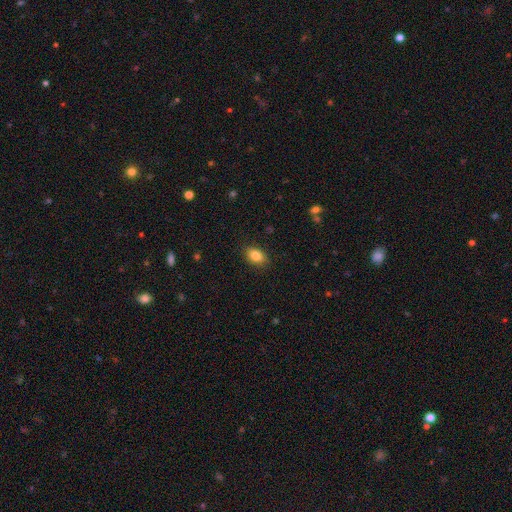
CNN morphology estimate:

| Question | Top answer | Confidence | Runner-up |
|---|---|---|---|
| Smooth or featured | smooth | 84% | star or artifact (8%) |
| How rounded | in between | 84% | round (14%) |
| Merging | none | 87% | minor disturbance (10%) |